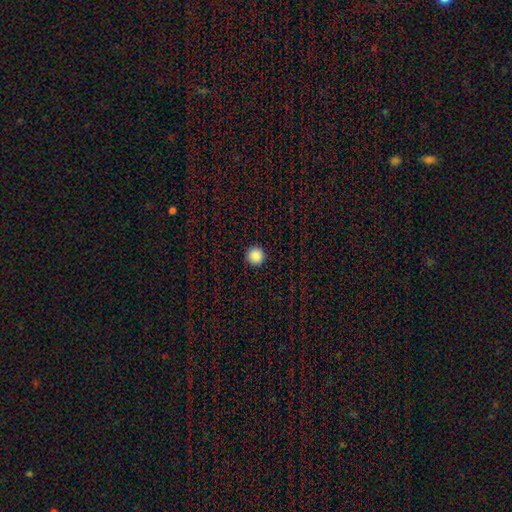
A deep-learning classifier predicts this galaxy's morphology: smooth-or-featured: smooth: 88% | star or artifact: 9% | featured or disk: 2%
  how-rounded: round: 95% | in between: 4% | cigar-shaped: 1%
  merging: none: 93% | minor disturbance: 5% | major disturbance: 2% | merger: 1%